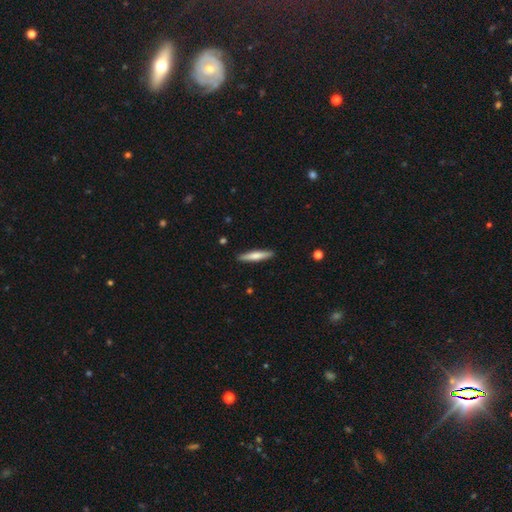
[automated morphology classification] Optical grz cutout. It shows a smooth galaxy with no disk features (64%) that is cigar-shaped (90%). Merging: none (91%).